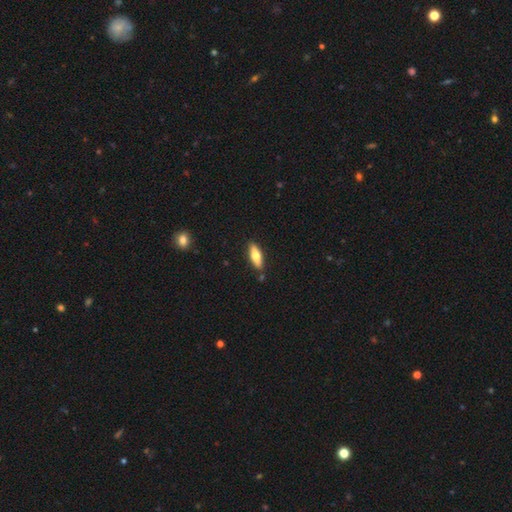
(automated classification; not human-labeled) The model was most divided on "how rounded": in between: 51%, cigar-shaped: 46%, round: 2%. More confident: merging — none (86%); smooth or featured — smooth (63%).